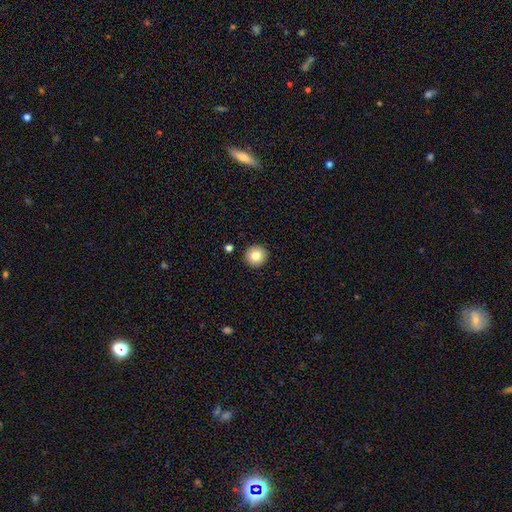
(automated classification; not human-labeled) Smooth or featured? smooth (82%)
How rounded? round (95%)
Merging? none (92%)